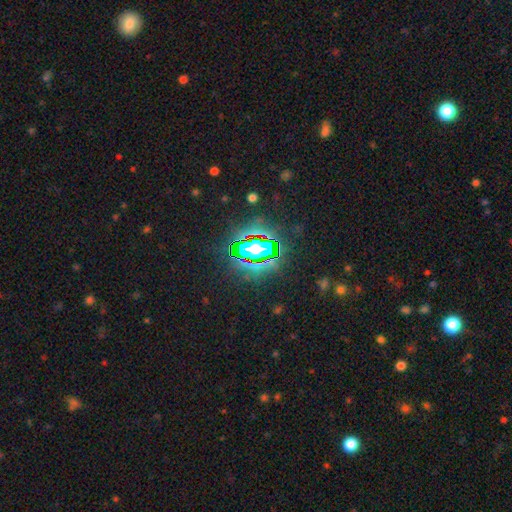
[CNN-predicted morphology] Smooth or featured? Predicted: star or artifact (p=0.83).